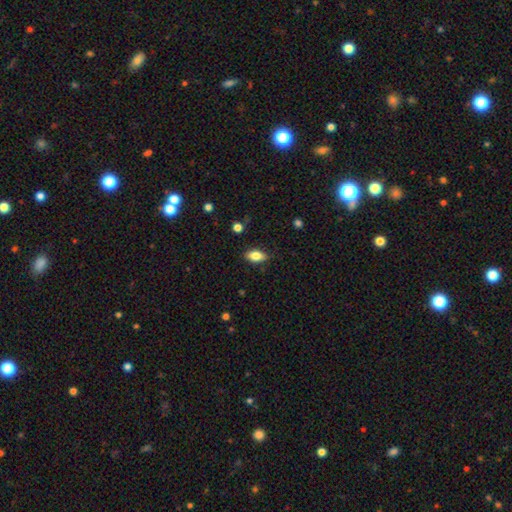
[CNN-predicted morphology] A smooth galaxy with no disk features (80%) that is in between round and cigar-shaped (89%).

Vote fractions:
- Smooth or featured? smooth: 80% / featured or disk: 13% / star or artifact: 8%
- How rounded? in between: 89% / cigar-shaped: 7% / round: 5%
- Merging? none: 83% / minor disturbance: 13% / major disturbance: 3% / merger: 1%